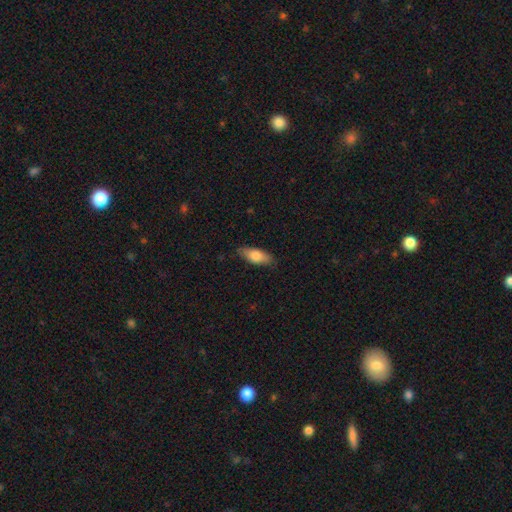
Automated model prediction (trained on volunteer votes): A smooth galaxy with no disk features (76%) that is in between round and cigar-shaped (80%). Merging: none (81%).